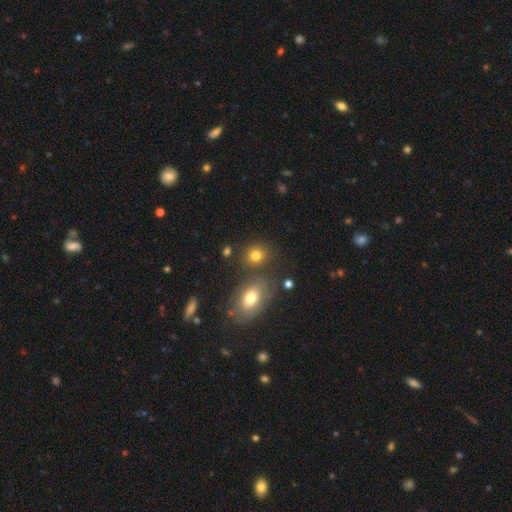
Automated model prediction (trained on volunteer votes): Smooth or featured? Predicted: smooth (p=0.78). How rounded? Predicted: round (p=0.69). Merging? Predicted: none (p=0.72).